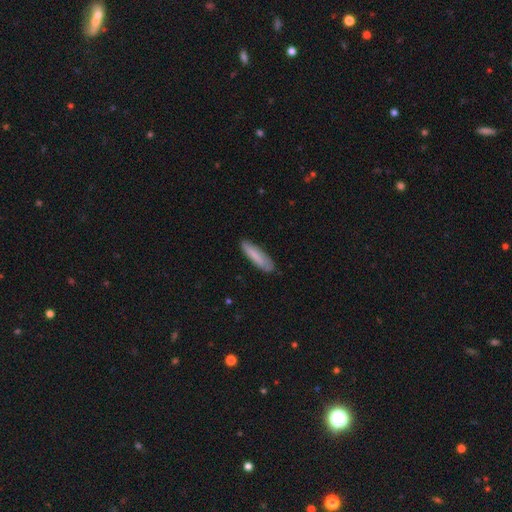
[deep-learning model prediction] Smooth or featured: smooth — 78% (featured or disk — 16%)
How rounded: cigar-shaped — 74% (in between — 25%)
Merging: none — 81% (minor disturbance — 15%)